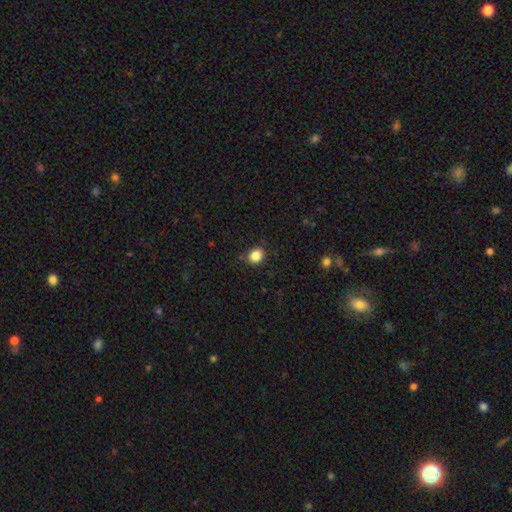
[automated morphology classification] smooth 85%, star or artifact 11%, featured or disk 4%. Down the decision tree: how rounded — round (72%); merging — none (85%).